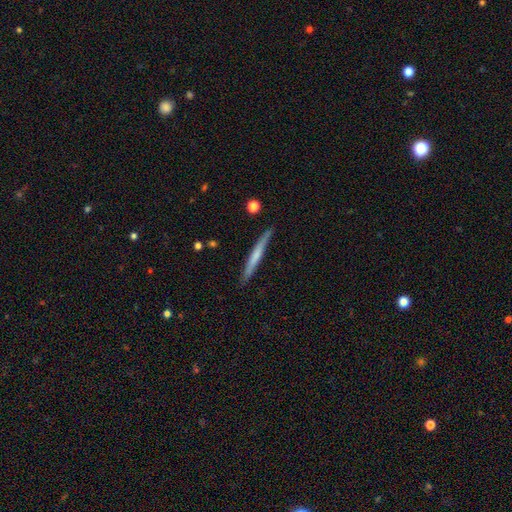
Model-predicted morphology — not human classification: smooth 50%, featured or disk 44%, star or artifact 6%. Down the decision tree: how rounded — cigar-shaped (96%); merging — none (87%).